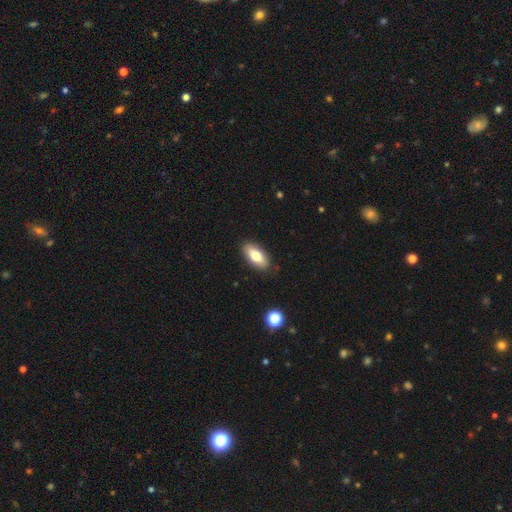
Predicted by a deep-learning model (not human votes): Smooth or featured: smooth — 74% (featured or disk — 19%)
How rounded: in between — 88% (cigar-shaped — 9%)
Merging: none — 87% (minor disturbance — 10%)